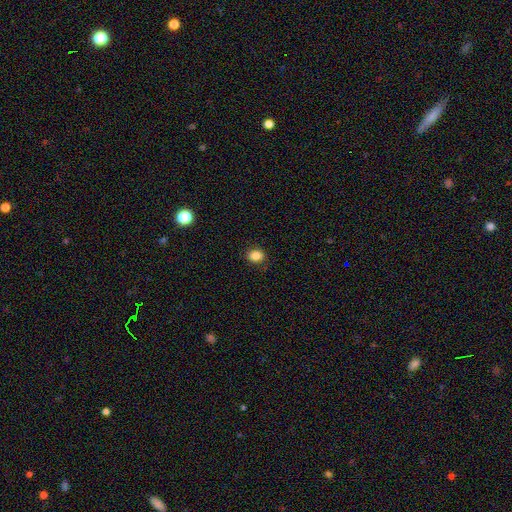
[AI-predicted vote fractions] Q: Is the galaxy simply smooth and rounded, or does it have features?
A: smooth — 85%.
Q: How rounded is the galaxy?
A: in between — 52%.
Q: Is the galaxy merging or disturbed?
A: none — 87%.